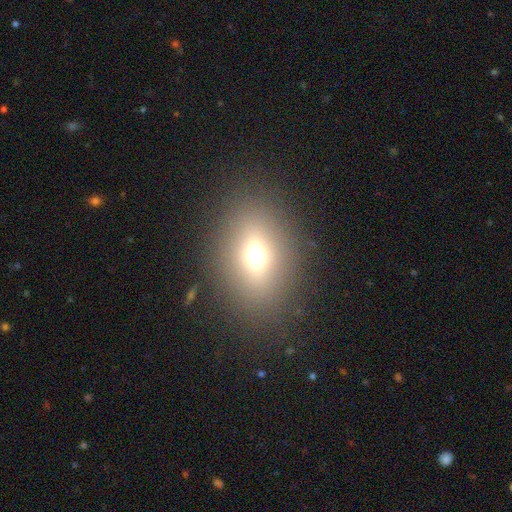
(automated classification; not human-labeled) This is likely a smooth galaxy (63%). How rounded: possibly in between (60%). Merging: clearly none (84%).